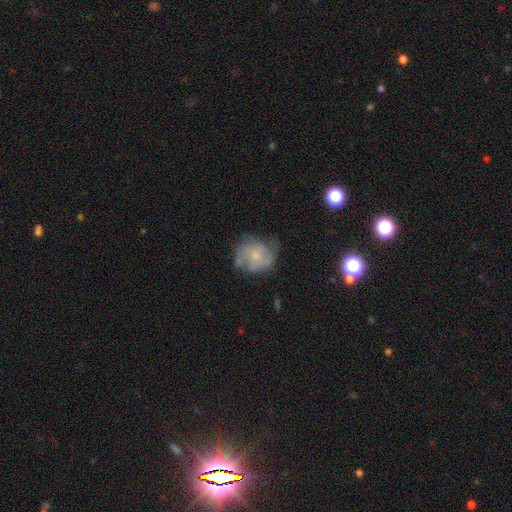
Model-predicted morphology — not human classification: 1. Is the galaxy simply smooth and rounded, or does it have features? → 52% featured or disk, 39% smooth, 9% star or artifact.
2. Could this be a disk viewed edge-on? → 97% no, 3% yes.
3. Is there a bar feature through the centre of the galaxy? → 81% no, 17% weak, 3% strong.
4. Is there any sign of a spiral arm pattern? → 66% yes, 34% no.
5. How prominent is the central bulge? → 55% small, 31% moderate, 10% none, 3% large, 1% dominant.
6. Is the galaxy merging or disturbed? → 52% none, 28% minor disturbance, 16% major disturbance, 4% merger.